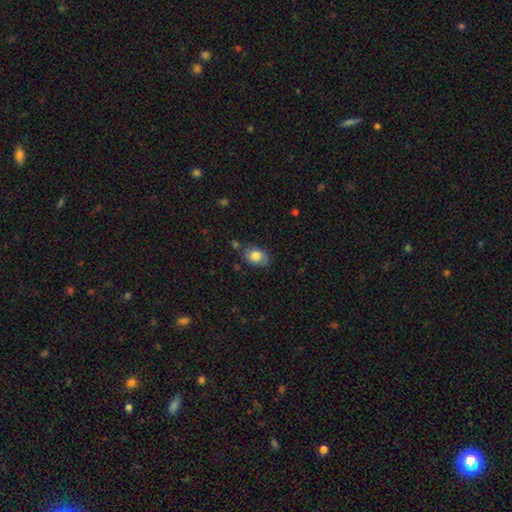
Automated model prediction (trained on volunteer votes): smooth 78%, featured or disk 13%, star or artifact 9%. Down the decision tree: how rounded — in between (71%); merging — none (65%).